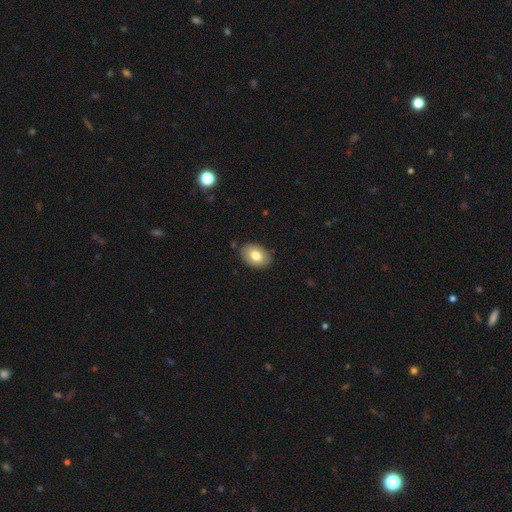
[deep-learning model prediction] Smooth or featured? Predicted: smooth (p=0.75). How rounded? Predicted: in between (p=0.83). Merging? Predicted: none (p=0.86).